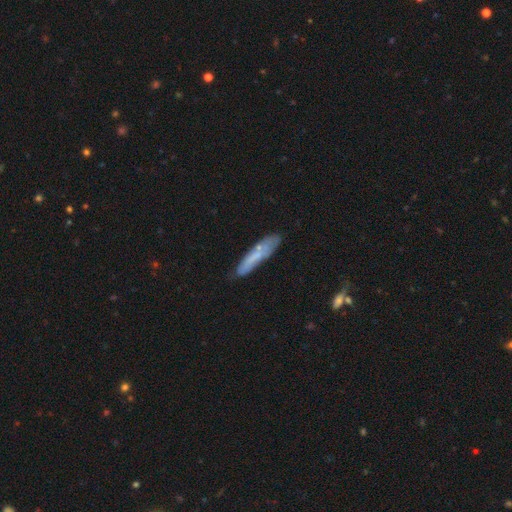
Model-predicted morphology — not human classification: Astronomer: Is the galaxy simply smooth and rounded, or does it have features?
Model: smooth — 61%.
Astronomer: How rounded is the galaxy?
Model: cigar-shaped — 83%.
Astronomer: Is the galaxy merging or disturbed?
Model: none — 68%.